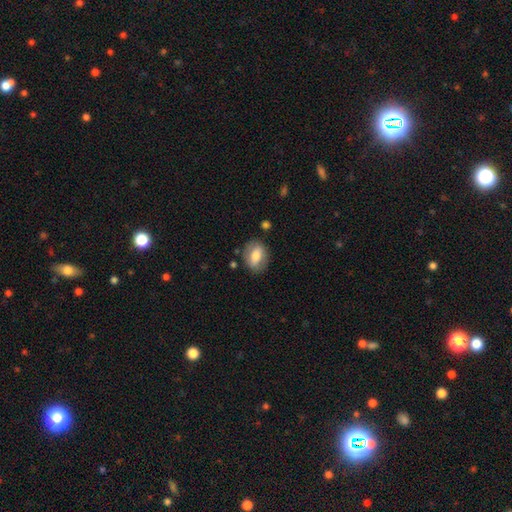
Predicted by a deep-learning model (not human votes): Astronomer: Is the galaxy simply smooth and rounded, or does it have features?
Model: smooth — 66%.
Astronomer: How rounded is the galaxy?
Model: in between — 70%.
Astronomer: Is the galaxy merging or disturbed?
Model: none — 79%.